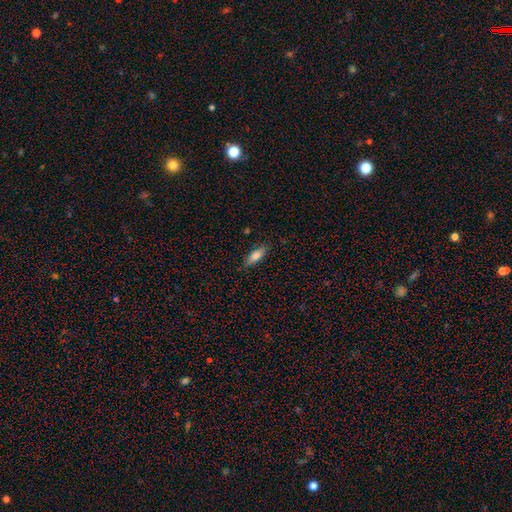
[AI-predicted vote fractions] smooth_or_featured: smooth (p=0.79) [alt: featured or disk p=0.14]
how_rounded: in between (p=0.66) [alt: cigar-shaped p=0.32]
merging: none (p=0.82) [alt: minor disturbance p=0.14]